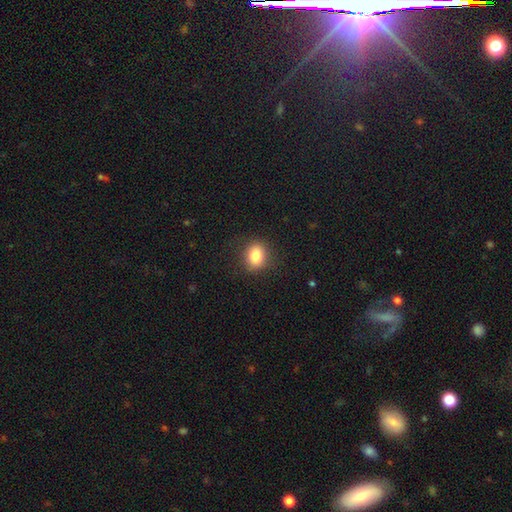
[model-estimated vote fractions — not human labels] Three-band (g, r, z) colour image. It shows a smooth galaxy with no disk features (83%) that is in between round and cigar-shaped (51%). Merging: none (87%).